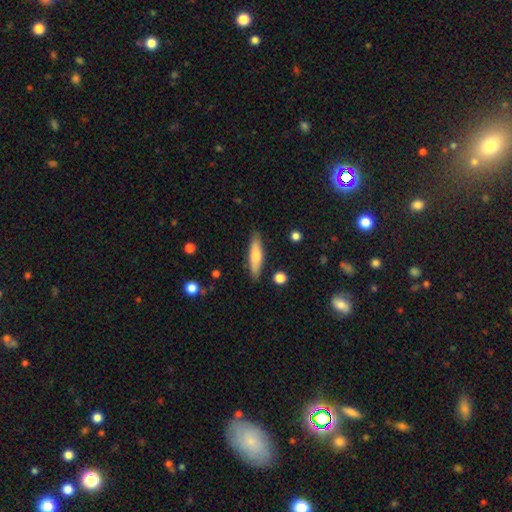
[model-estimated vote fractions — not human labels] This is likely a smooth galaxy (69%). How rounded: likely cigar-shaped (74%). Merging: clearly none (86%).